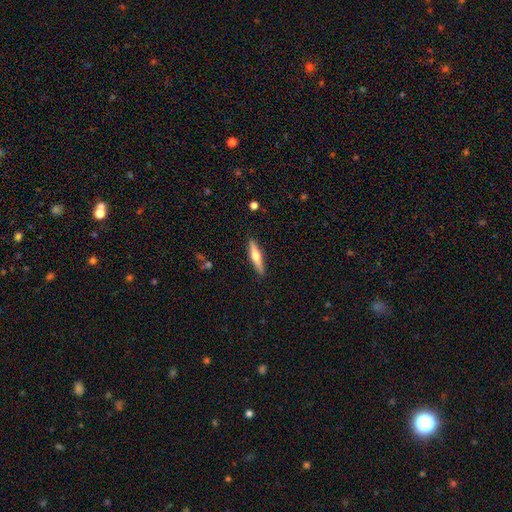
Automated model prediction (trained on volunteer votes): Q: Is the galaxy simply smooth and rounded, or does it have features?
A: featured or disk — 57%.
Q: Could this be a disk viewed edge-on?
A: yes — 96%.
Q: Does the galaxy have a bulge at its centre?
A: rounded — 94%.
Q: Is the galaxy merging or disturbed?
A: none — 90%.